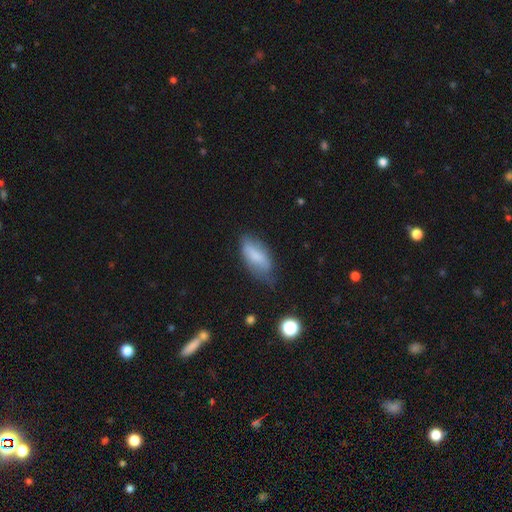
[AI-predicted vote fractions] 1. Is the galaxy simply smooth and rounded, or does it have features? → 72% smooth, 20% featured or disk, 8% star or artifact.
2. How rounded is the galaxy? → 83% in between, 14% cigar-shaped, 3% round.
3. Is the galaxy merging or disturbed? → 52% none, 35% minor disturbance, 10% major disturbance, 2% merger.